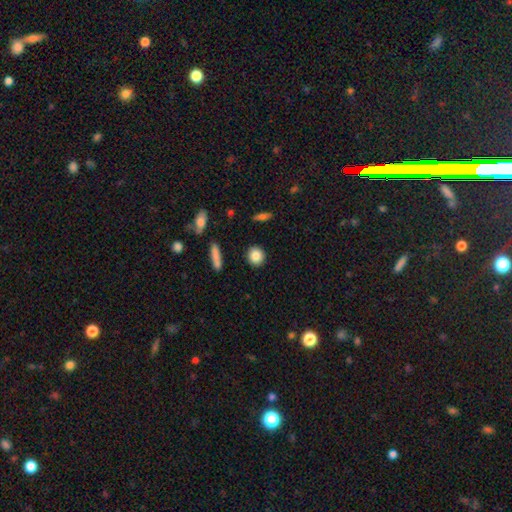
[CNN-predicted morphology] This is clearly a smooth galaxy (85%). How rounded: clearly round (85%). Merging: clearly none (91%).